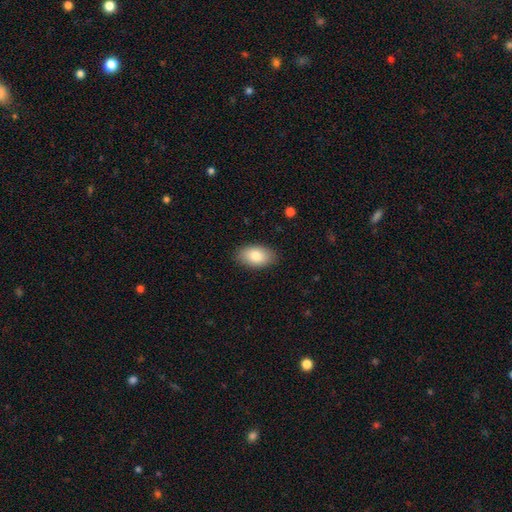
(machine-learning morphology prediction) Overall: smooth (83%). How rounded: in between (94%). Merging: none (87%).